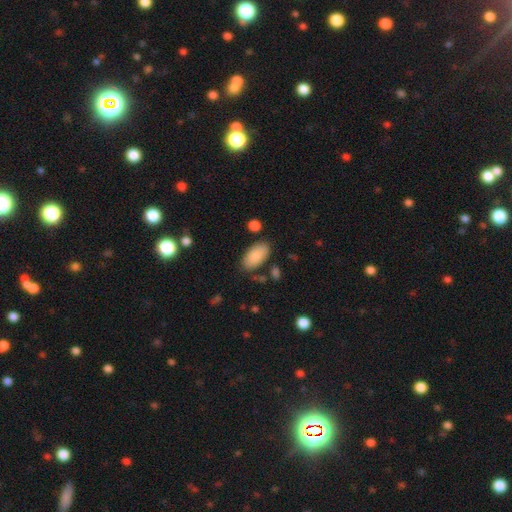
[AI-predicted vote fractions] Smooth or featured? smooth (87%)
How rounded? in between (95%)
Merging? none (82%)